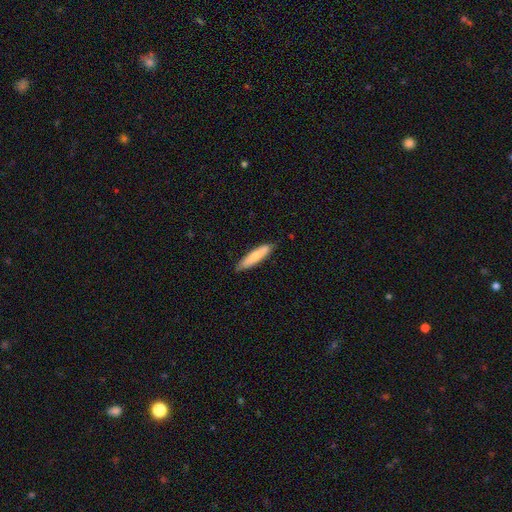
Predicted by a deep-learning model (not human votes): Smooth or featured? smooth (74%)
How rounded? cigar-shaped (82%)
Merging? none (84%)